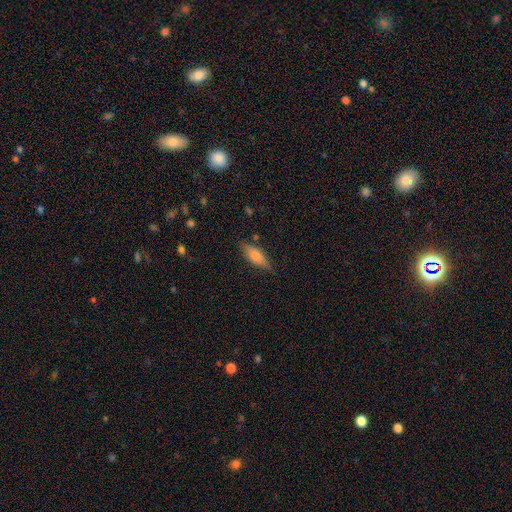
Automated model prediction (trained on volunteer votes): Overall: smooth (72%). How rounded: in between (69%; cigar-shaped 29%). Merging: none (74%).